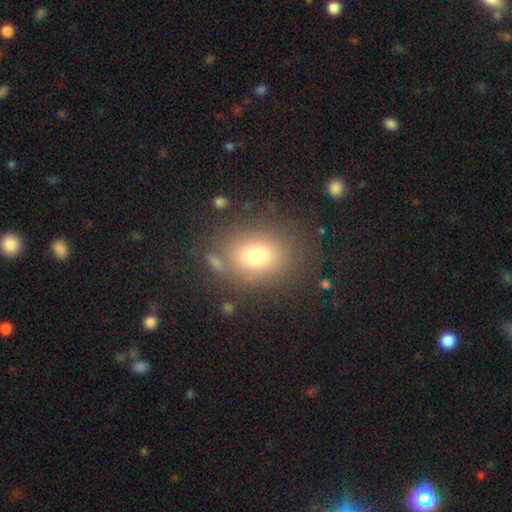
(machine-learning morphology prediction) type=smooth (76%); roundness=in between (53%); merging=none (77%).